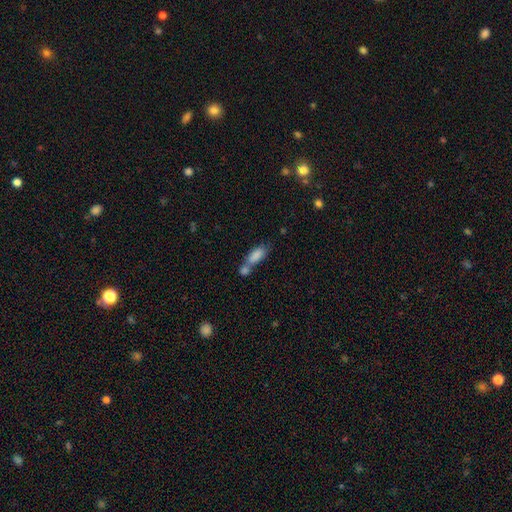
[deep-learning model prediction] Overall: smooth (82%). How rounded: in between (79%). Merging: merger (57%; none 27%).